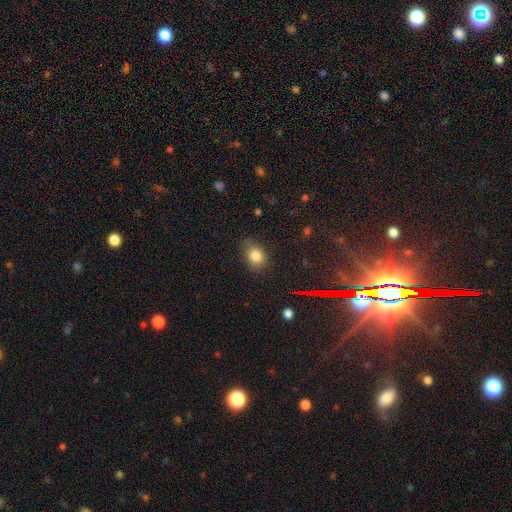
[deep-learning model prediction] A smooth galaxy with no disk features (81%) that is in between round and cigar-shaped (59%).

Vote fractions:
- Smooth or featured? smooth: 81% / star or artifact: 12% / featured or disk: 7%
- How rounded? in between: 59% / round: 40% / cigar-shaped: 1%
- Merging? none: 74% / minor disturbance: 20% / major disturbance: 5% / merger: 1%